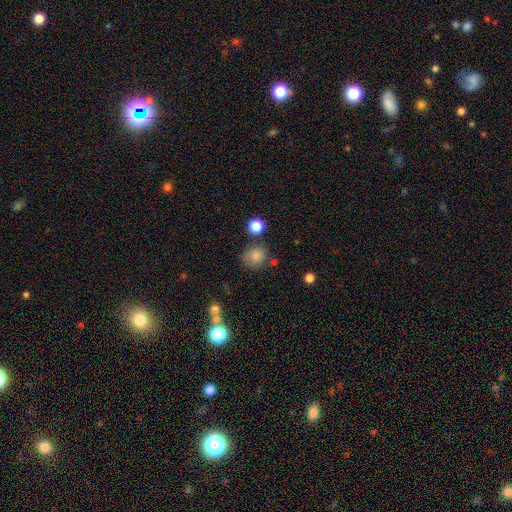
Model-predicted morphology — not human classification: The model was most divided on "merging": none: 68%, minor disturbance: 19%, merger: 7%, major disturbance: 6%. More confident: smooth or featured — smooth (81%); how rounded — round (74%).